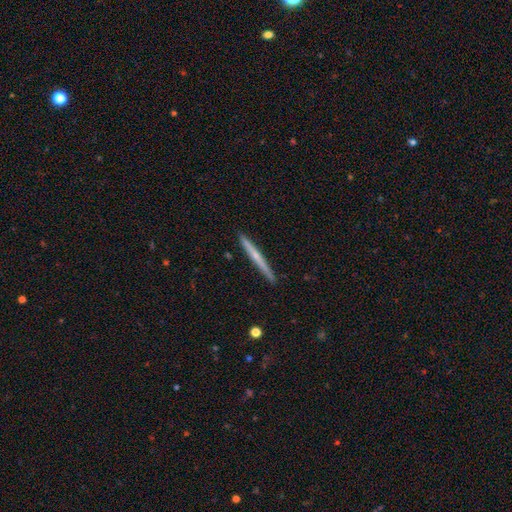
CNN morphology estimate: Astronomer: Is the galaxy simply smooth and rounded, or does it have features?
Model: featured or disk — 58% (runner-up: smooth, 37%).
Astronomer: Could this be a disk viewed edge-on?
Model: yes — 98%.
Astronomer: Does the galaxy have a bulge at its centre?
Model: rounded — 48%, tied with none at 48%.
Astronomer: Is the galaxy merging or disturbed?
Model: none — 91%.